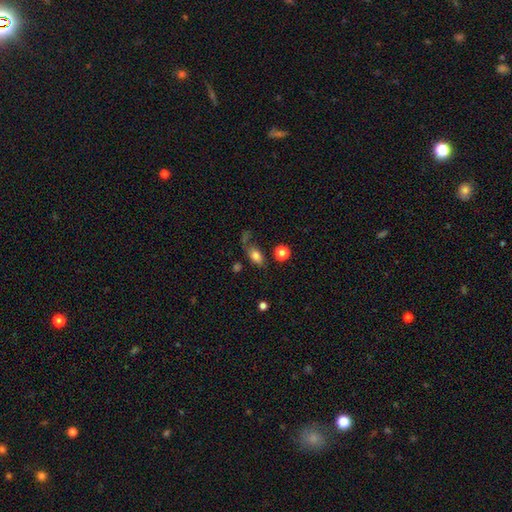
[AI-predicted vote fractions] This appears to be a smooth galaxy with no disk features (74%) that is in between round and cigar-shaped (80%). Merging: none (46%).